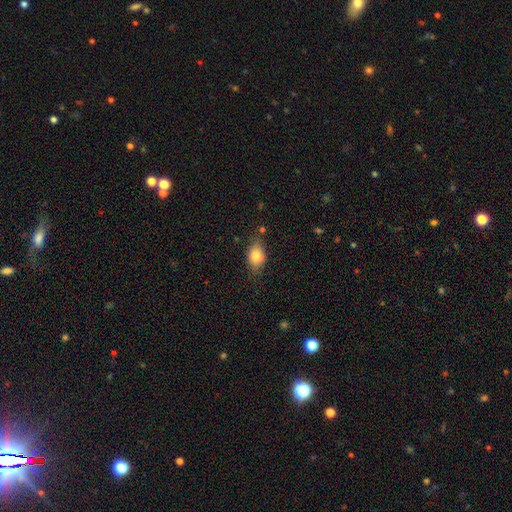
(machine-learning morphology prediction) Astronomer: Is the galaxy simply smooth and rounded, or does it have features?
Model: smooth — 81%.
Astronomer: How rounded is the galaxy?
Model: in between — 78%.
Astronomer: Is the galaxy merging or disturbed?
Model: none — 69%.